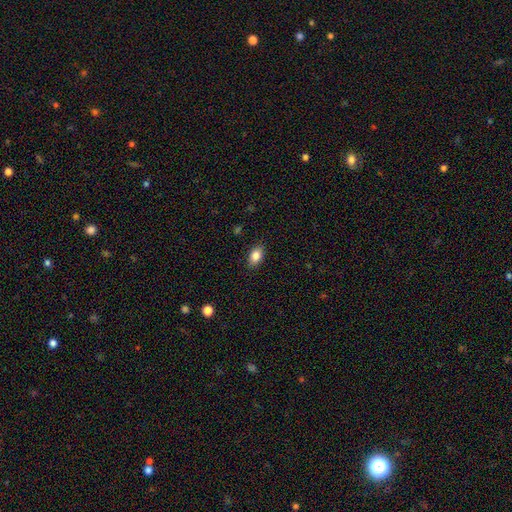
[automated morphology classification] smooth-or-featured: smooth: 84% | star or artifact: 8% | featured or disk: 8%
  how-rounded: in between: 86% | round: 11% | cigar-shaped: 2%
  merging: none: 87% | minor disturbance: 10% | major disturbance: 2% | merger: 1%